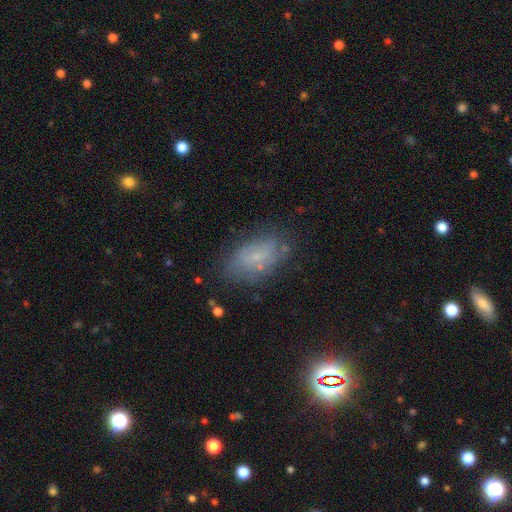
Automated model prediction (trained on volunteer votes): Overall: smooth (50%; featured or disk 34%). How rounded: in between (90%). Merging: none (69%).